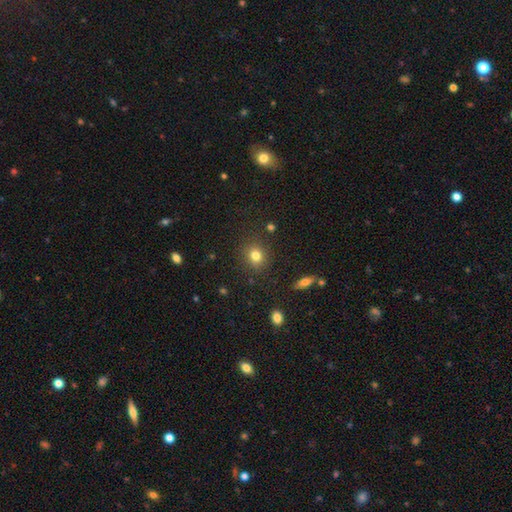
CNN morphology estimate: A smooth galaxy with no disk features (80%) that is round (76%).

Vote fractions:
- Smooth or featured? smooth: 80% / star or artifact: 13% / featured or disk: 7%
- How rounded? round: 76% / in between: 23% / cigar-shaped: 1%
- Merging? none: 84% / minor disturbance: 10% / major disturbance: 3% / merger: 2%